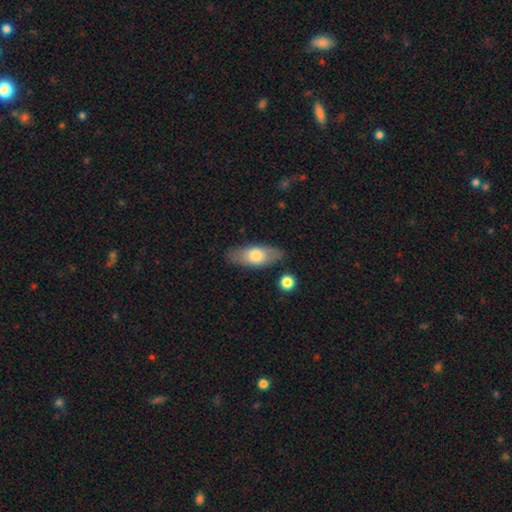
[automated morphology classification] smooth_or_featured: smooth (p=0.67) [alt: featured or disk p=0.27]
how_rounded: in between (p=0.79) [alt: cigar-shaped p=0.18]
merging: none (p=0.81) [alt: minor disturbance p=0.13]